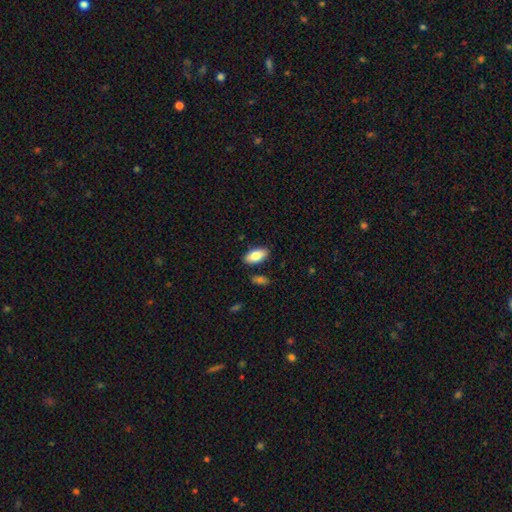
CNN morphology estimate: Overall: smooth (83%). How rounded: in between (93%). Merging: none (85%).